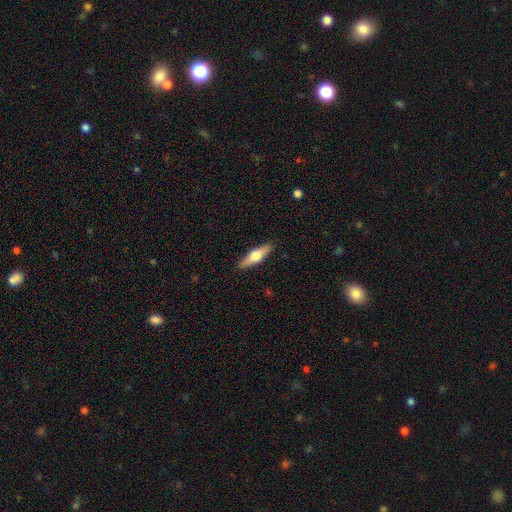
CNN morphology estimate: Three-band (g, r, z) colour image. It shows a featured or disk galaxy (54%) viewed edge-on (94%) with a rounded central bulge (95%). Merging: none (90%).